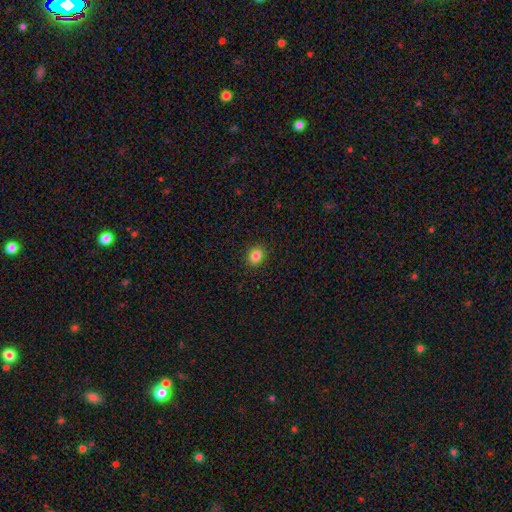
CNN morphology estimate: smooth_or_featured: smooth (p=0.84) [alt: star or artifact p=0.11]
how_rounded: round (p=0.60) [alt: in between p=0.39]
merging: none (p=0.91) [alt: minor disturbance p=0.06]